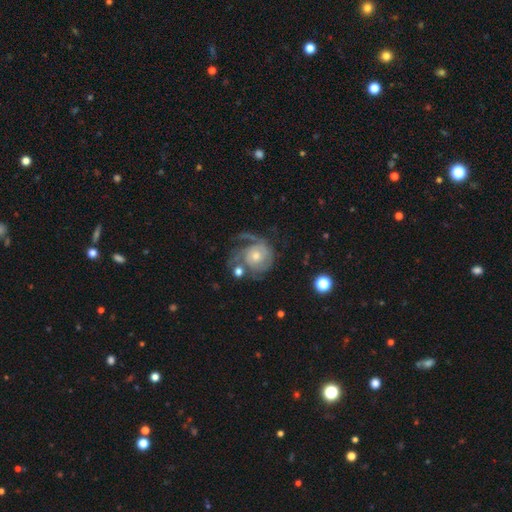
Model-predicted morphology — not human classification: Smooth or featured? featured or disk (81%)
Edge-on disk? no (98%)
Bar? no (78%)
Spiral arms? yes (93%)
Spiral winding? tight (54%)
Spiral arm count? 2 (30%)
Bulge size? moderate (53%)
Merging? none (46%)